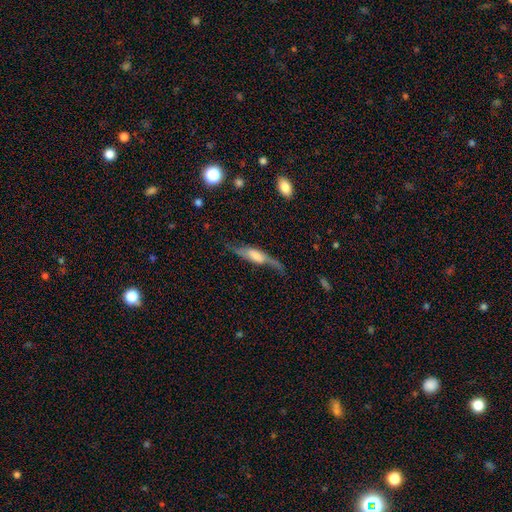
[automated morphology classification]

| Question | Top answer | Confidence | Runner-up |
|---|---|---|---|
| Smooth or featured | featured or disk | 66% | smooth (27%) |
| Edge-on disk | yes | 61% | no (39%) |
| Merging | none | 55% | minor disturbance (24%) |